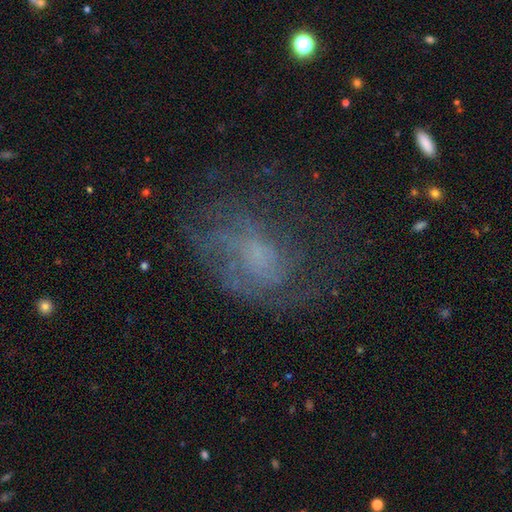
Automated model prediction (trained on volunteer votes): A featured or disk galaxy (62%) with no bar (74%), spiral arms (73%) and no central bulge (39%).

Vote fractions:
- Smooth or featured? featured or disk: 62% / smooth: 23% / star or artifact: 15%
- Edge-on disk? no: 96% / yes: 4%
- Bar? no: 74% / weak: 22% / strong: 4%
- Spiral arms? yes: 73% / no: 27%
- Bulge size? none: 39% / small: 33% / moderate: 20% / large: 6% / dominant: 2%
- Merging? none: 52% / major disturbance: 26% / minor disturbance: 20% / merger: 2%